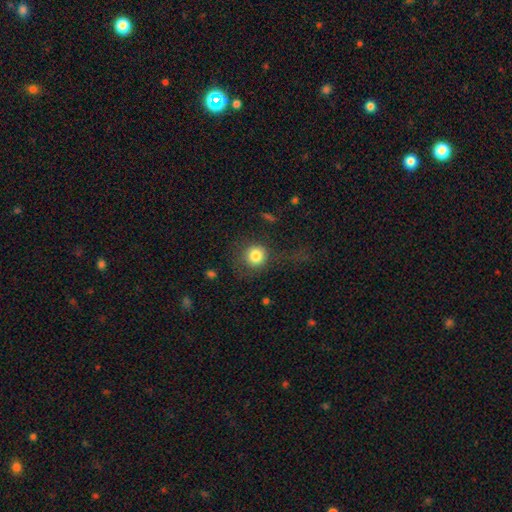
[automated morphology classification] This is clearly a smooth galaxy (81%). How rounded: clearly round (90%). Merging: likely none (62%).